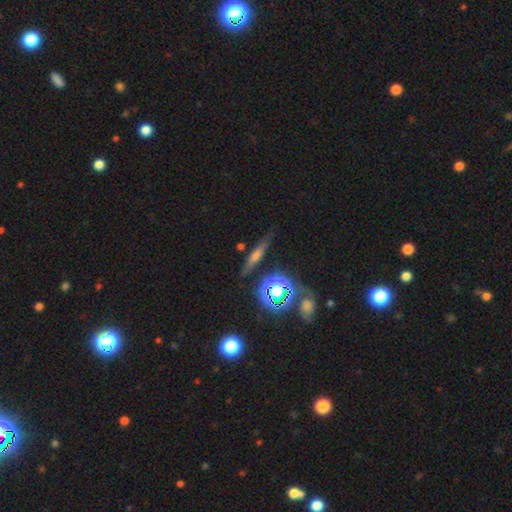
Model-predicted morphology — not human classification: Q: Smooth or featured?
A: smooth (40%); runner-up: featured or disk (39%)
Q: Merging?
A: none (82%); runner-up: minor disturbance (11%)